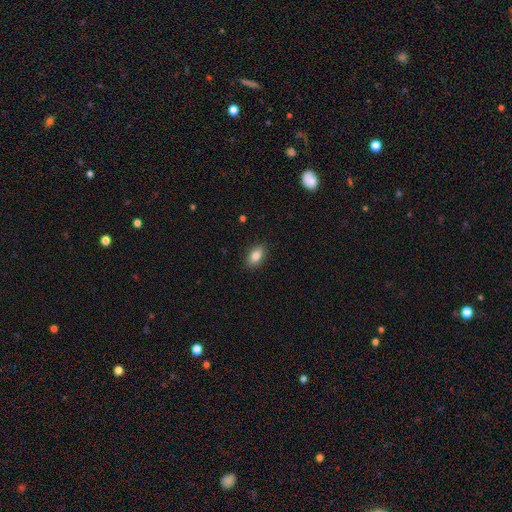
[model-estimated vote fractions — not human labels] smooth 84%, star or artifact 8%, featured or disk 8%. Down the decision tree: how rounded — in between (88%); merging — none (88%).